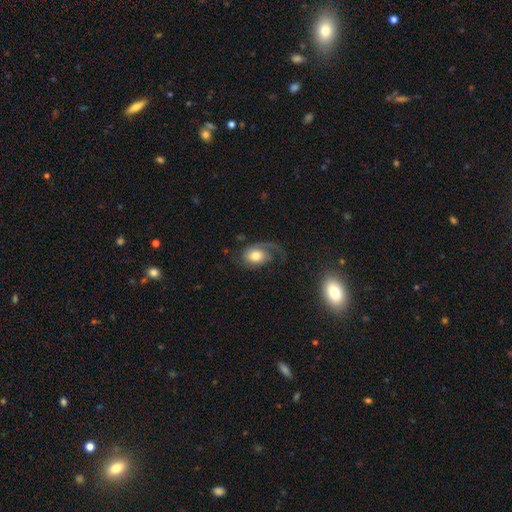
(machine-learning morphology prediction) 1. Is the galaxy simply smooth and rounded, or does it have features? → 58% featured or disk, 34% smooth, 8% star or artifact.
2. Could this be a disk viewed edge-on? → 96% no, 4% yes.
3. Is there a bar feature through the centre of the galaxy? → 72% no, 23% weak, 5% strong.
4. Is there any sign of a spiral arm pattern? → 88% yes, 12% no.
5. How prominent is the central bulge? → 54% moderate, 30% large, 9% small, 5% dominant, 2% none.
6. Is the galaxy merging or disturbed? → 45% none, 33% major disturbance, 20% minor disturbance, 2% merger.